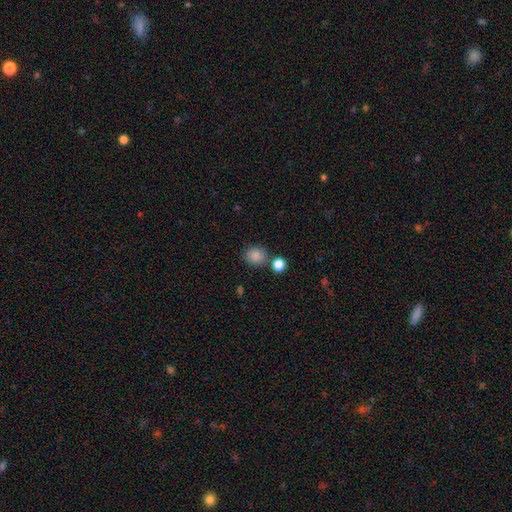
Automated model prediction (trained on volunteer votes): Morphology: type=smooth (86%); roundness=round (74%); merging=none (75%).